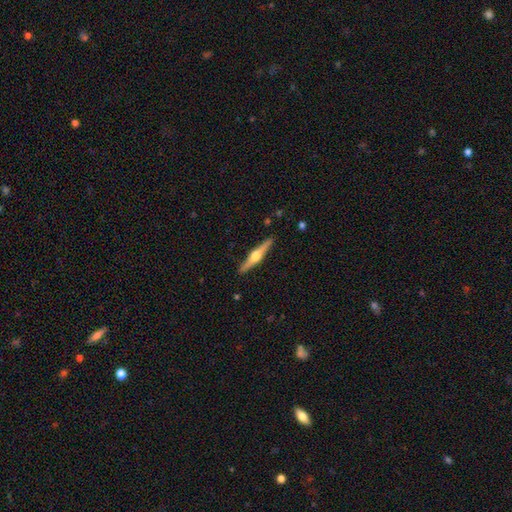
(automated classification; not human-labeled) Smooth or featured: featured or disk — 75% (smooth — 20%)
Edge-on disk: yes — 98% (no — 2%)
Edge-on bulge: rounded — 95% (boxy — 3%)
Merging: none — 91% (minor disturbance — 7%)